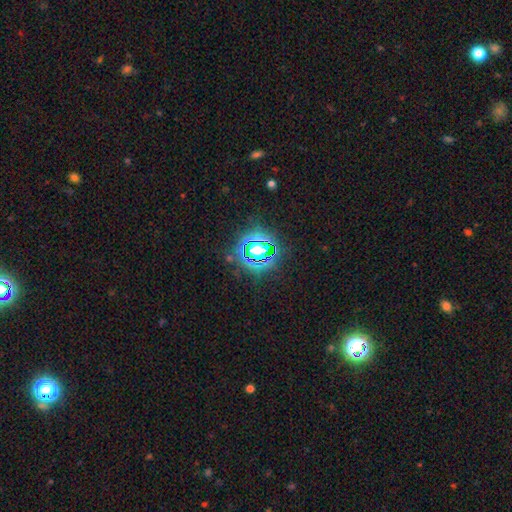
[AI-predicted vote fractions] Smooth or featured? Predicted: star or artifact (p=0.69).